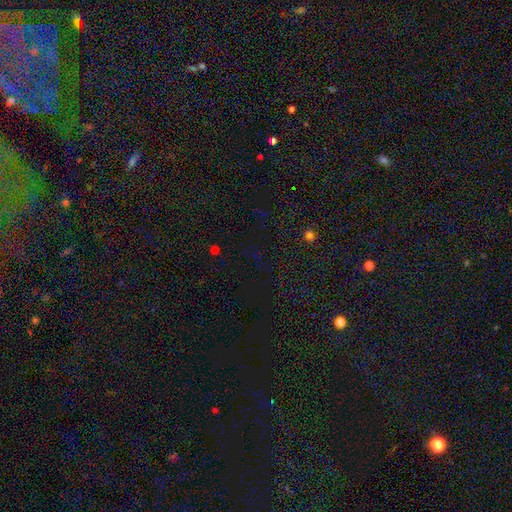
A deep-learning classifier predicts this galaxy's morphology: Smooth or featured?
  - star or artifact: 66% *
  - smooth: 27%
  - featured or disk: 7%